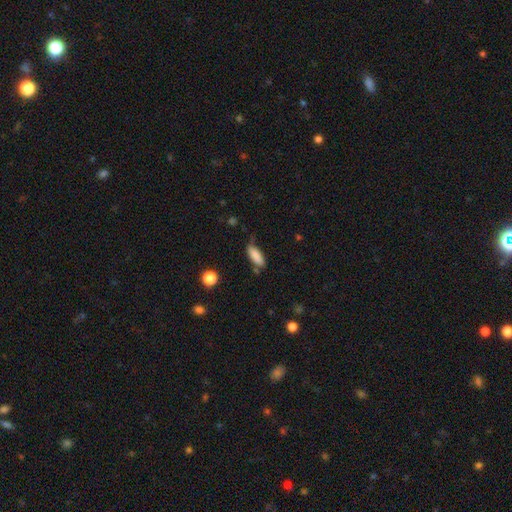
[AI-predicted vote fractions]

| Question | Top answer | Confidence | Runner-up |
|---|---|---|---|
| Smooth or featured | smooth | 85% | featured or disk (8%) |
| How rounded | in between | 67% | cigar-shaped (31%) |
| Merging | none | 68% | minor disturbance (22%) |